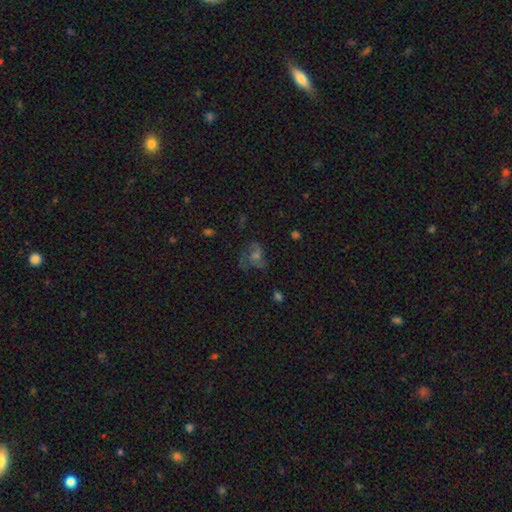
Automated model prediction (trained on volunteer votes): This is possibly a featured or disk galaxy (52%). It is clearly not viewed edge-on (96%). Merging: possibly none (53%).